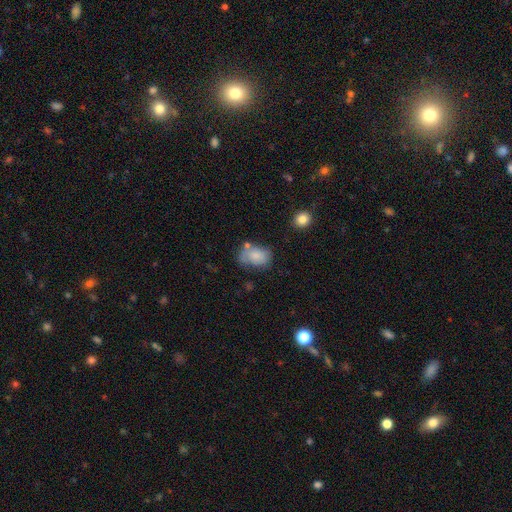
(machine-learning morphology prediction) Smooth or featured? Predicted: smooth (p=0.73). How rounded? Predicted: in between (p=0.80). Merging? Predicted: none (p=0.46).